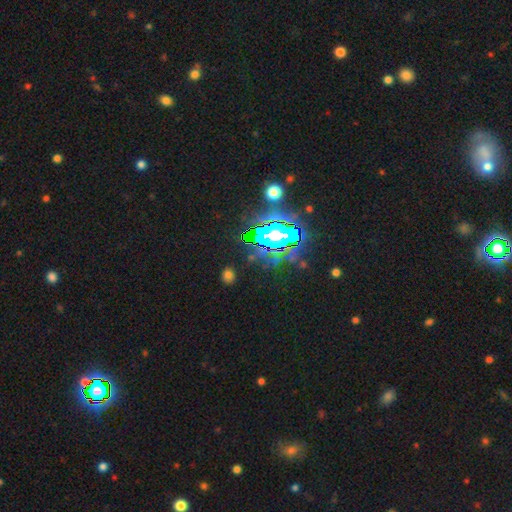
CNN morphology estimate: smooth-or-featured: star or artifact: 84% | smooth: 9% | featured or disk: 7%